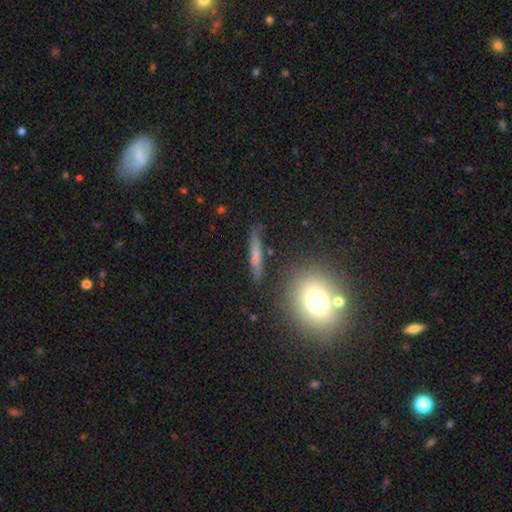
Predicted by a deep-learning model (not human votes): Q: Smooth or featured?
A: smooth (55%); runner-up: featured or disk (33%)
Q: How rounded?
A: cigar-shaped (85%); runner-up: in between (9%)
Q: Merging?
A: none (79%); runner-up: minor disturbance (13%)